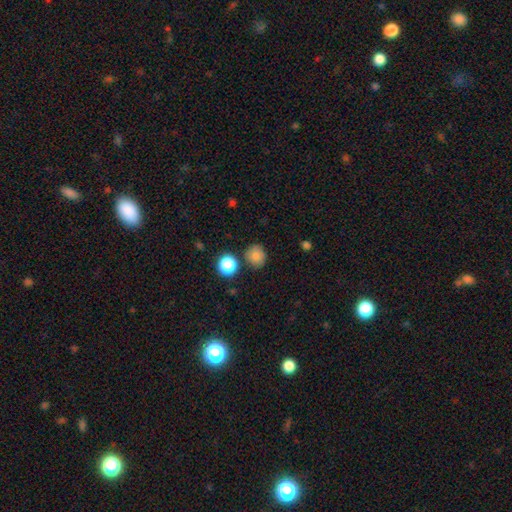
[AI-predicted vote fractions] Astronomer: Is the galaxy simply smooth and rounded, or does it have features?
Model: smooth — 81%.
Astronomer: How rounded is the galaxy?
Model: round — 82%.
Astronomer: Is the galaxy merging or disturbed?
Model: none — 80%.